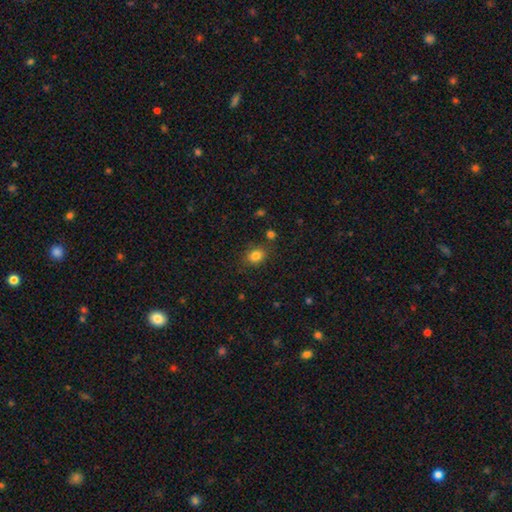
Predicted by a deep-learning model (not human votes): A smooth galaxy with no disk features (83%) that is in between round and cigar-shaped (60%). Merging: none (80%).